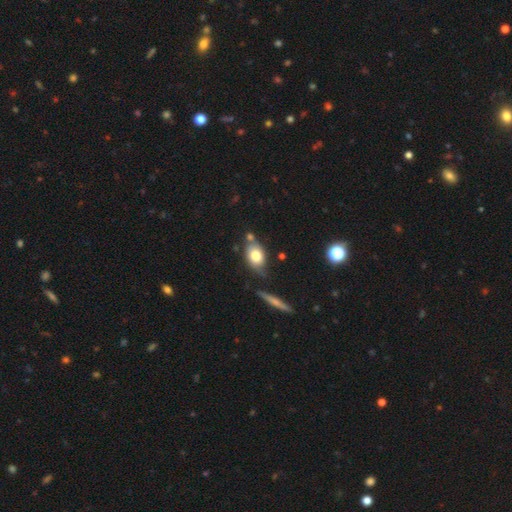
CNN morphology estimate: smooth-or-featured: smooth: 75% | featured or disk: 17% | star or artifact: 9%
  how-rounded: in between: 76% | round: 21% | cigar-shaped: 3%
  merging: none: 62% | minor disturbance: 18% | merger: 15% | major disturbance: 5%